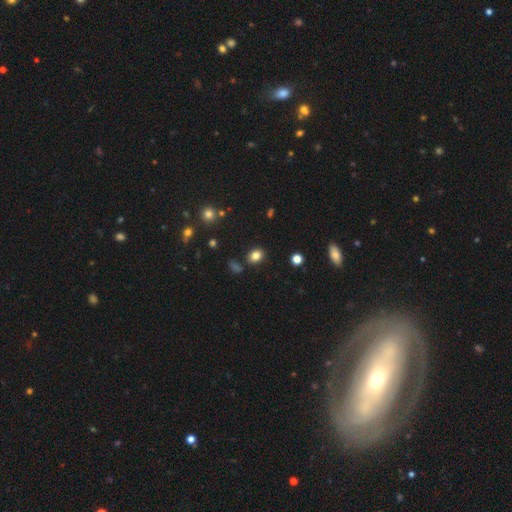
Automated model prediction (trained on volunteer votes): smooth_or_featured: smooth (p=0.81) [alt: star or artifact p=0.13]
how_rounded: in between (p=0.59) [alt: round p=0.40]
merging: none (p=0.82) [alt: minor disturbance p=0.11]